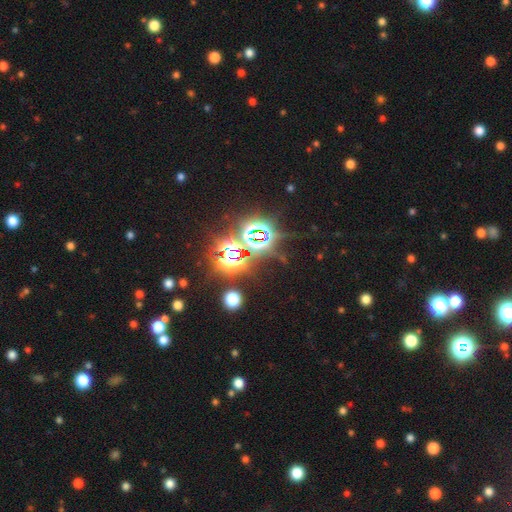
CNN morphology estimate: smooth-or-featured: star or artifact: 78% | smooth: 16% | featured or disk: 6%